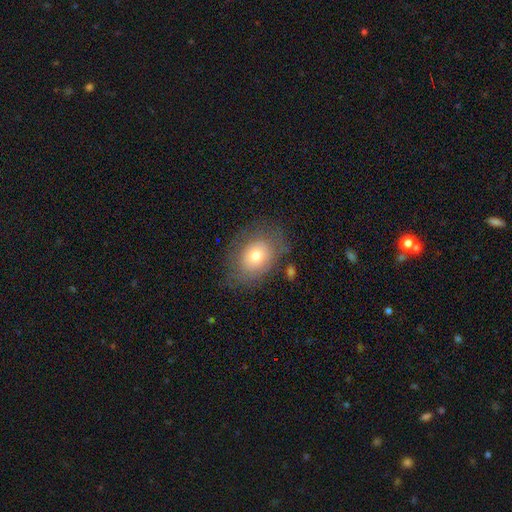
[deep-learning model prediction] This is likely a smooth galaxy (67%). How rounded: likely in between (67%). Merging: likely none (72%).